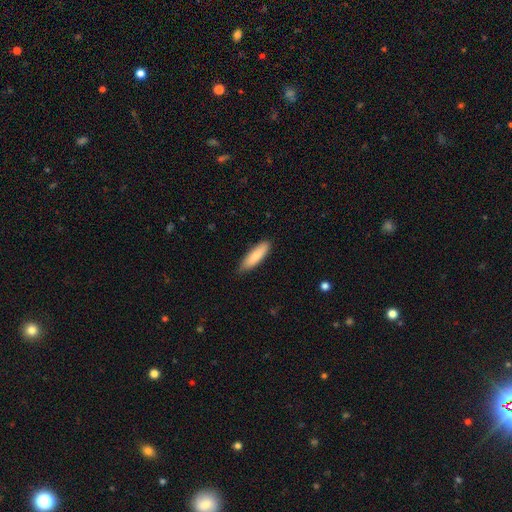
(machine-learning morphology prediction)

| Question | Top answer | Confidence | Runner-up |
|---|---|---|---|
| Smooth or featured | smooth | 84% | featured or disk (11%) |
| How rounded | cigar-shaped | 64% | in between (35%) |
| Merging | none | 84% | minor disturbance (13%) |